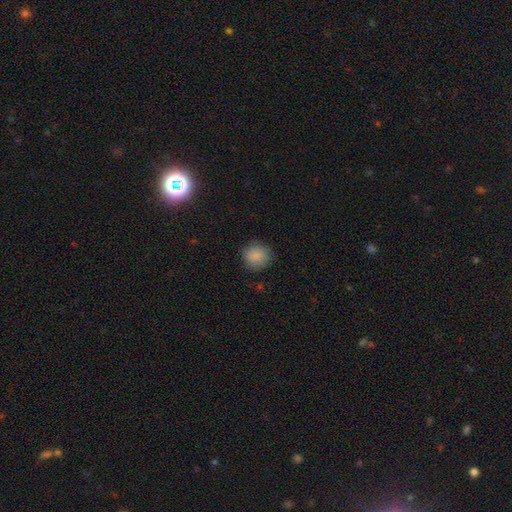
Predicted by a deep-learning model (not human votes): Q: Smooth or featured?
A: smooth (87%); runner-up: star or artifact (8%)
Q: How rounded?
A: round (89%); runner-up: in between (10%)
Q: Merging?
A: none (85%); runner-up: minor disturbance (11%)